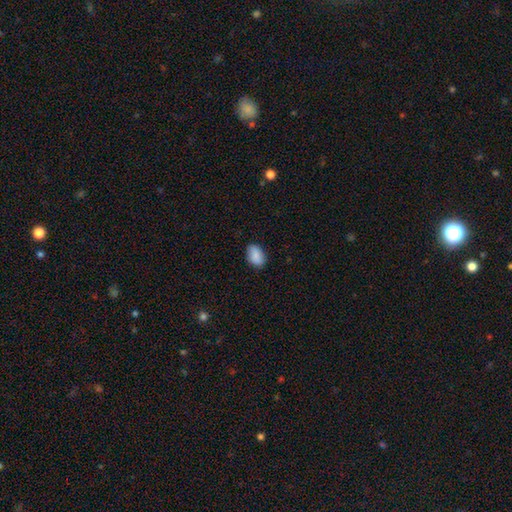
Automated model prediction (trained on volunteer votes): Q: Smooth or featured?
A: smooth (87%); runner-up: star or artifact (7%)
Q: How rounded?
A: in between (86%); runner-up: round (13%)
Q: Merging?
A: none (82%); runner-up: minor disturbance (14%)